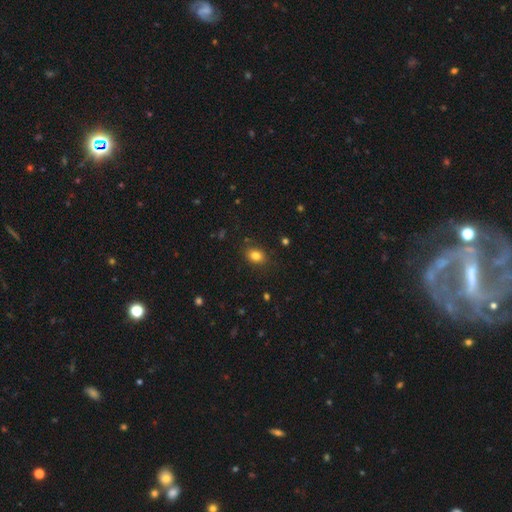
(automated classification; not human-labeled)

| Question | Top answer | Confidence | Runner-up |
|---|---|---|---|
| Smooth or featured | smooth | 82% | star or artifact (11%) |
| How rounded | in between | 63% | round (36%) |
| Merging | none | 83% | minor disturbance (12%) |